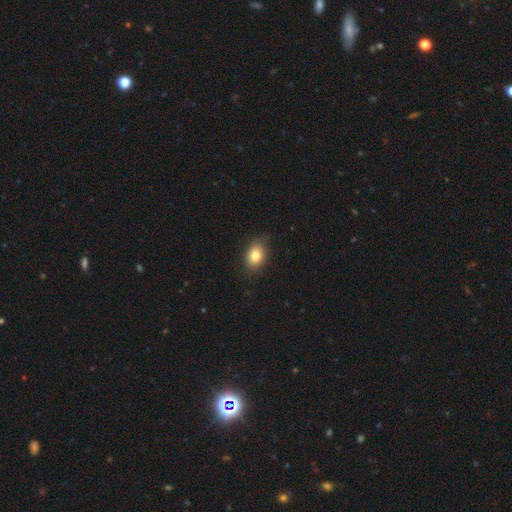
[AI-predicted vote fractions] Overall: smooth (81%). How rounded: in between (78%). Merging: none (84%).